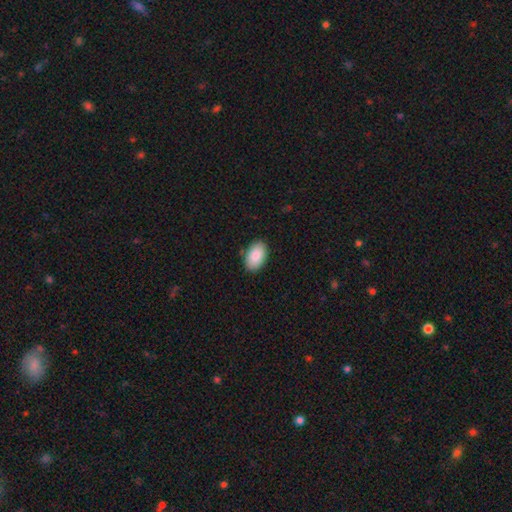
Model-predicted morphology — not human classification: This is clearly a smooth galaxy (88%). How rounded: clearly in between (93%). Merging: clearly none (87%).